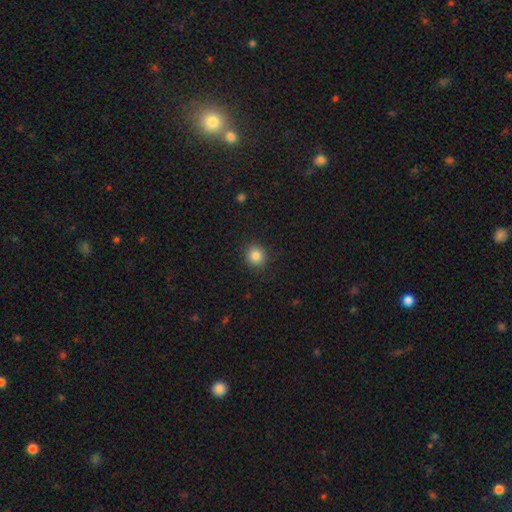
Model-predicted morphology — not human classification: Smooth or featured? Predicted: smooth (p=0.85). How rounded? Predicted: round (p=0.90). Merging? Predicted: none (p=0.89).